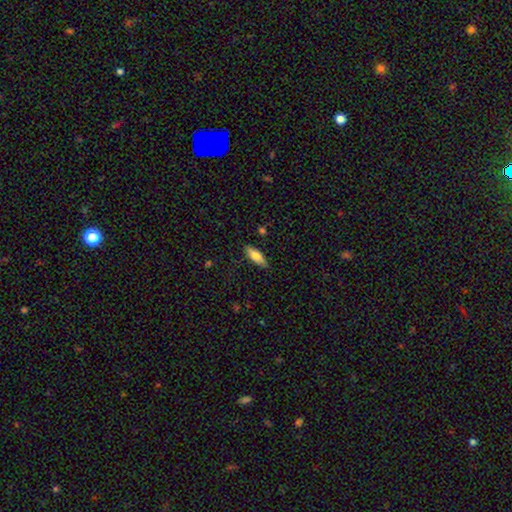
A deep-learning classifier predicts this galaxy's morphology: A smooth galaxy with no disk features (79%) that is in between round and cigar-shaped (66%). Merging: none (85%).